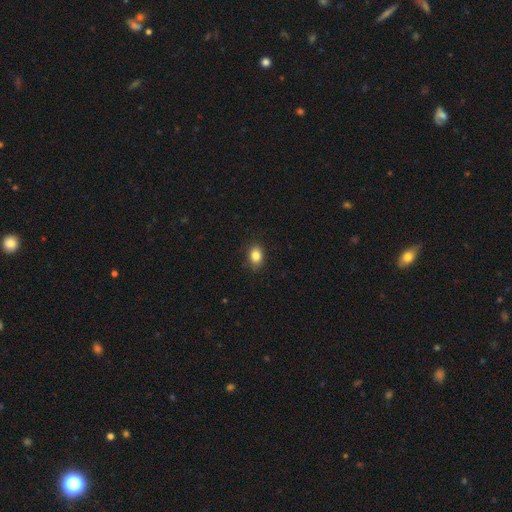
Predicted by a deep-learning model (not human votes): Q: Smooth or featured?
A: smooth (85%); runner-up: star or artifact (10%)
Q: How rounded?
A: in between (66%); runner-up: round (33%)
Q: Merging?
A: none (85%); runner-up: minor disturbance (11%)